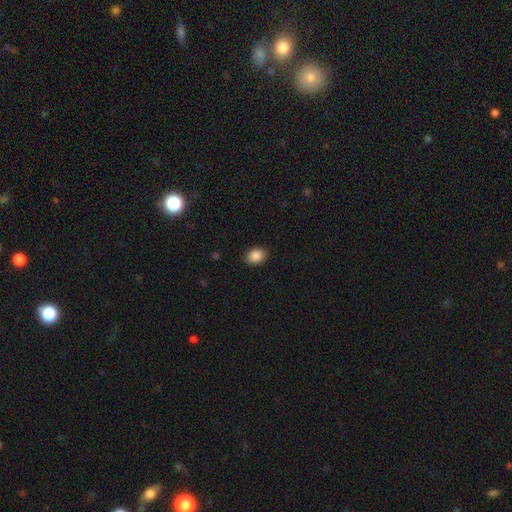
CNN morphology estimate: This appears to be a smooth galaxy with no disk features (88%) that is in between round and cigar-shaped (66%). Merging: none (88%).